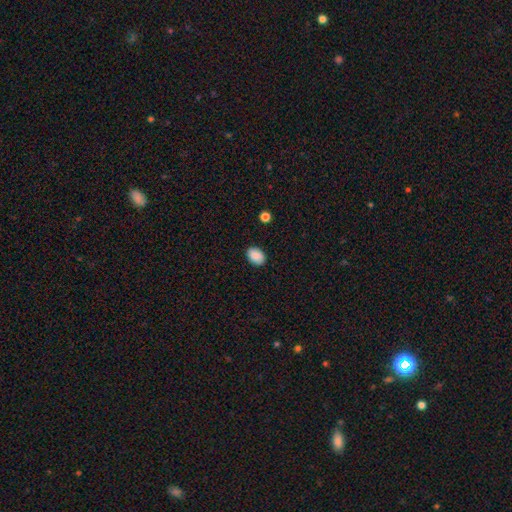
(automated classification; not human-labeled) This appears to be a smooth galaxy with no disk features (89%) that is in between round and cigar-shaped (79%). Merging: none (89%).